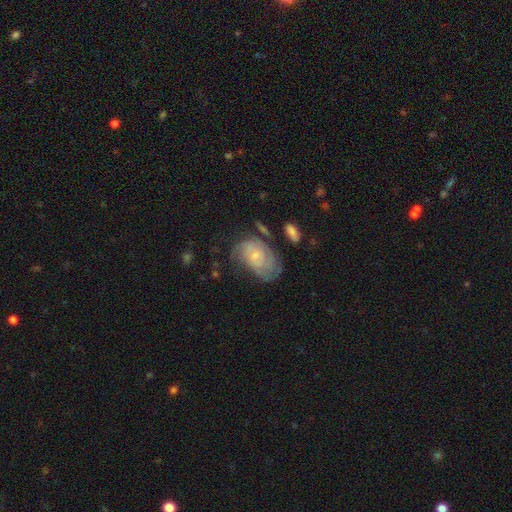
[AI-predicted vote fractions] Morphology: type=featured or disk (66%); edge-on=no (97%); bar=no (72%); spiral arms=yes (84%); winding=tight (53%); arm count=can't tell (47%); bulge=small (71%); merging=none (46%).